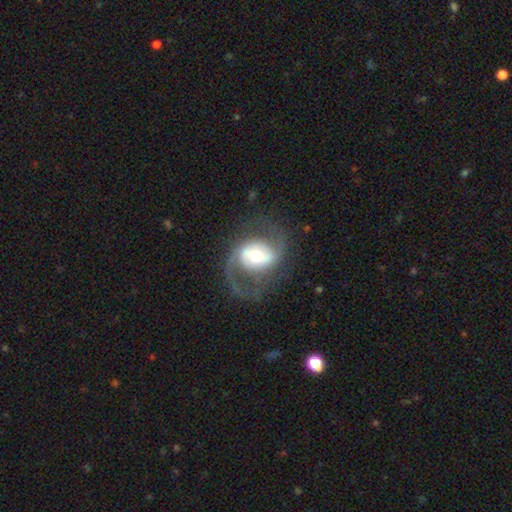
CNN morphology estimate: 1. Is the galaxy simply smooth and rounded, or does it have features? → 82% featured or disk, 12% smooth, 6% star or artifact.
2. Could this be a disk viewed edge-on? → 97% no, 3% yes.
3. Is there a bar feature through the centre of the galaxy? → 41% no, 35% weak, 24% strong.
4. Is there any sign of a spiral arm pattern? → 91% yes, 9% no.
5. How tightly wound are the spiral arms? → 50% medium, 36% loose, 13% tight.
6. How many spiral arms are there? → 90% 2, 4% 1, 3% can't tell, 1% 3, 1% 4, 1% more than 4.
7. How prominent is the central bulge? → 62% moderate, 18% large, 16% small, 3% dominant, 1% none.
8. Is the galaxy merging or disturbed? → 70% none, 15% major disturbance, 14% minor disturbance, 1% merger.